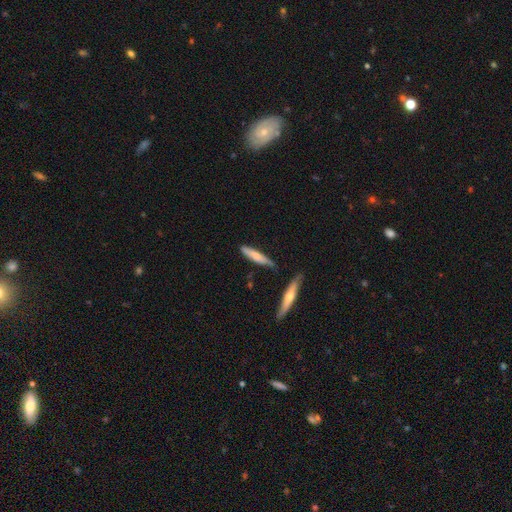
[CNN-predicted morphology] type=smooth (67%); roundness=cigar-shaped (85%); merging=none (71%).